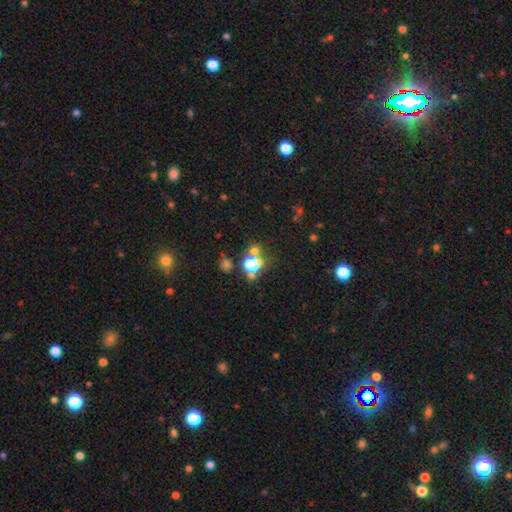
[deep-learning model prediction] Q: Smooth or featured?
A: smooth (53%); runner-up: star or artifact (36%)
Q: How rounded?
A: round (76%); runner-up: in between (22%)
Q: Merging?
A: none (60%); runner-up: merger (24%)